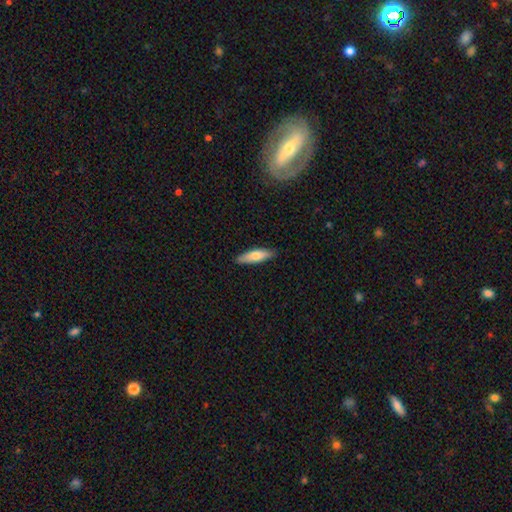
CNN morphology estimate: Smooth or featured?
  - smooth: 72% *
  - featured or disk: 23%
  - star or artifact: 6%
How rounded?
  - cigar-shaped: 56% *
  - in between: 42%
  - round: 2%
Merging?
  - none: 87% *
  - minor disturbance: 10%
  - major disturbance: 2%
  - merger: 1%